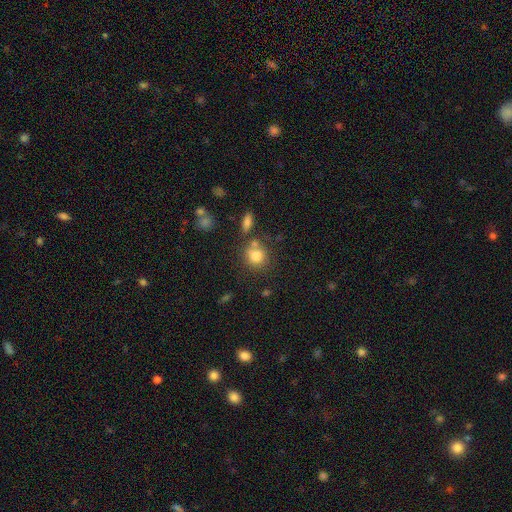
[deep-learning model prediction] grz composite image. It shows a smooth galaxy with no disk features (78%) that is round (82%). Merging: none (59%).